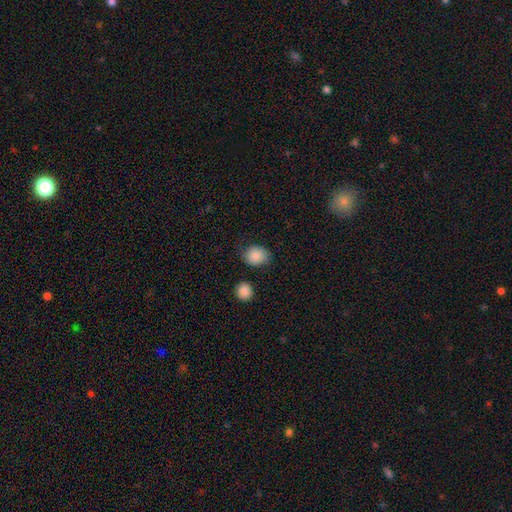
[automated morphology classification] This is clearly a smooth galaxy (88%). How rounded: likely round (65%). Merging: likely none (77%).